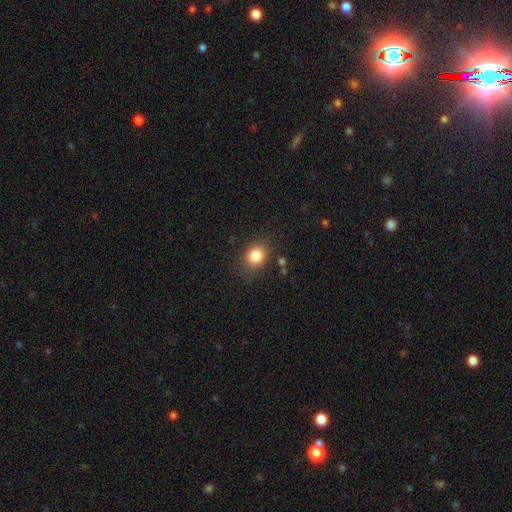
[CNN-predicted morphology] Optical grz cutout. It shows a smooth galaxy with no disk features (83%) that is round (64%). Merging: none (81%).